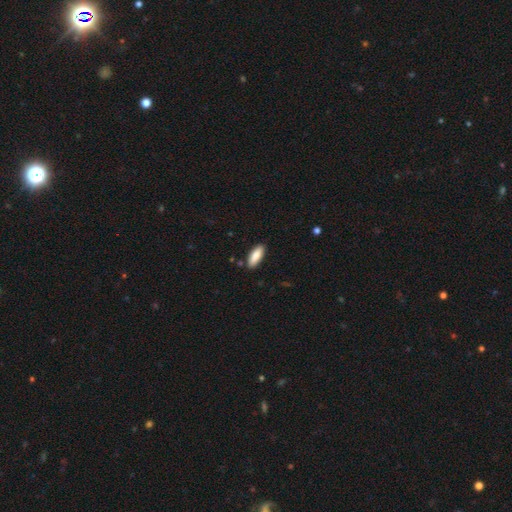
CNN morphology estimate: type=smooth (86%); roundness=in between (73%); merging=none (87%).